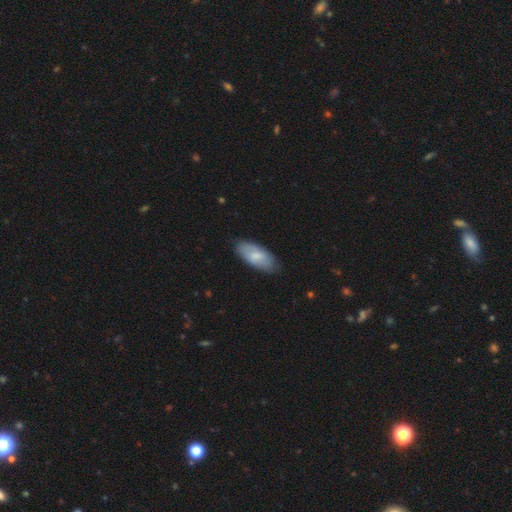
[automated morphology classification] Smooth or featured: smooth — 74% (featured or disk — 20%)
How rounded: in between — 86% (cigar-shaped — 12%)
Merging: none — 80% (minor disturbance — 16%)